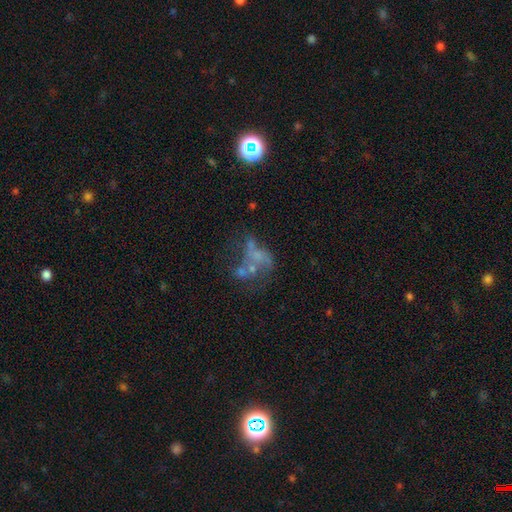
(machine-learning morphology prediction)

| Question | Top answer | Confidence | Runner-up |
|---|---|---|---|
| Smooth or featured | featured or disk | 50% | smooth (27%) |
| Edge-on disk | no | 98% | yes (2%) |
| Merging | major disturbance | 31% | merger (30%) |